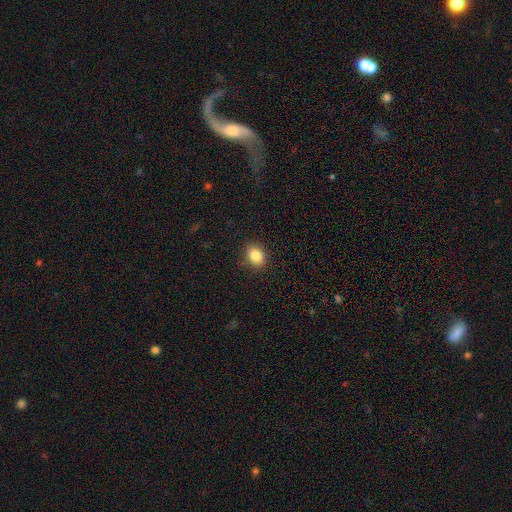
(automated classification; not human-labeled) A smooth galaxy with no disk features (85%) that is in between round and cigar-shaped (52%). Merging: none (88%).